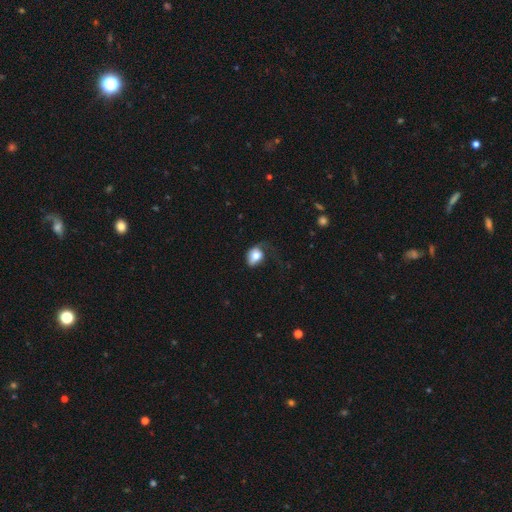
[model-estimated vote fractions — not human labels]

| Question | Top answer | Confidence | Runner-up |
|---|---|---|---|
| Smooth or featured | smooth | 75% | featured or disk (17%) |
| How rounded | in between | 62% | round (37%) |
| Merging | major disturbance | 37% | minor disturbance (30%) |